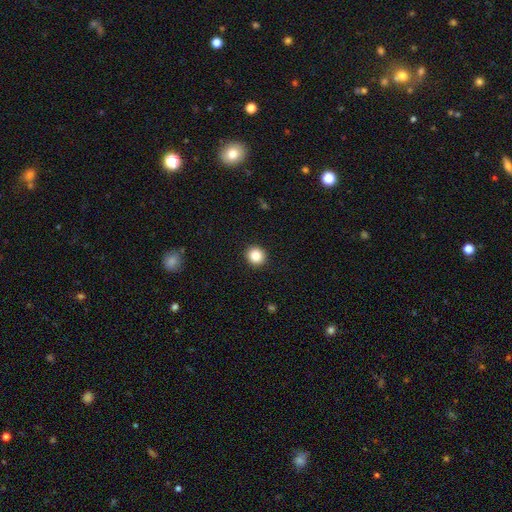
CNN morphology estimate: Smooth or featured?
  - smooth: 86% *
  - star or artifact: 10%
  - featured or disk: 4%
How rounded?
  - round: 87% *
  - in between: 12%
  - cigar-shaped: 1%
Merging?
  - none: 92% *
  - minor disturbance: 5%
  - major disturbance: 2%
  - merger: 1%